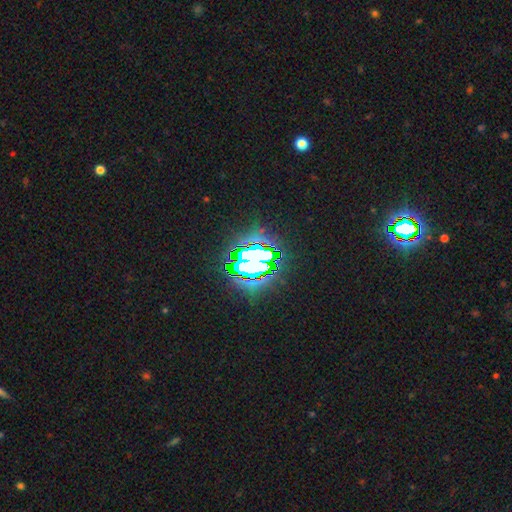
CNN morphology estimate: Smooth or featured? Predicted: star or artifact (p=0.76).